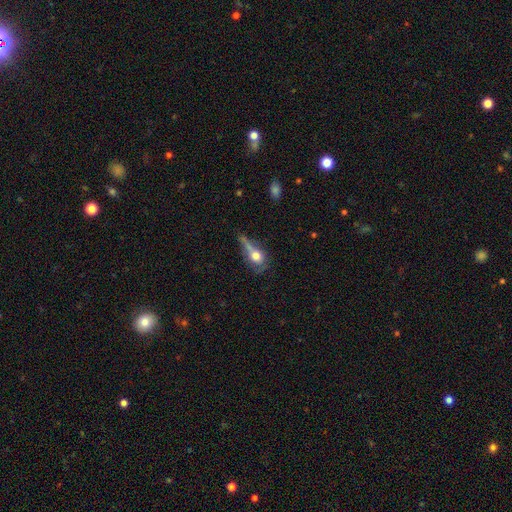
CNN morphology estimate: This is likely a smooth galaxy (61%). How rounded: possibly in between (49%). Merging: marginally major disturbance (29%, tied with none).